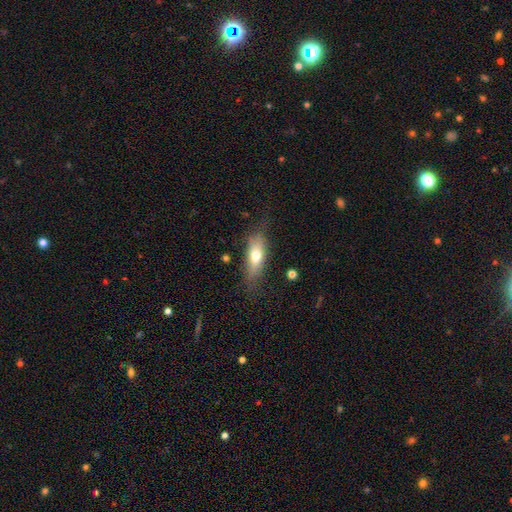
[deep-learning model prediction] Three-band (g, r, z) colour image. It shows a smooth galaxy with no disk features (65%) that is in between round and cigar-shaped (65%). Merging: none (71%).